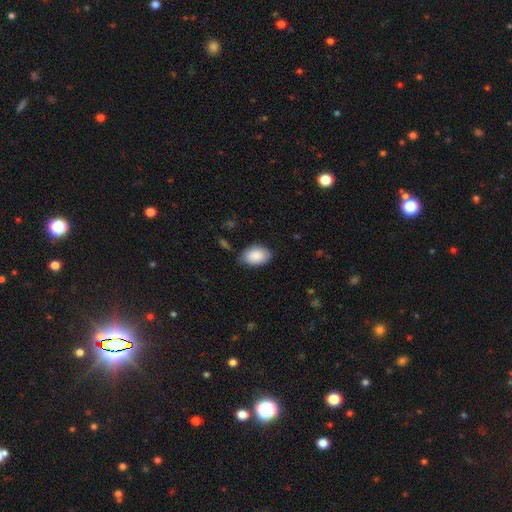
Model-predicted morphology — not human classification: This appears to be a smooth galaxy with no disk features (89%) that is in between round and cigar-shaped (89%). Merging: none (77%).